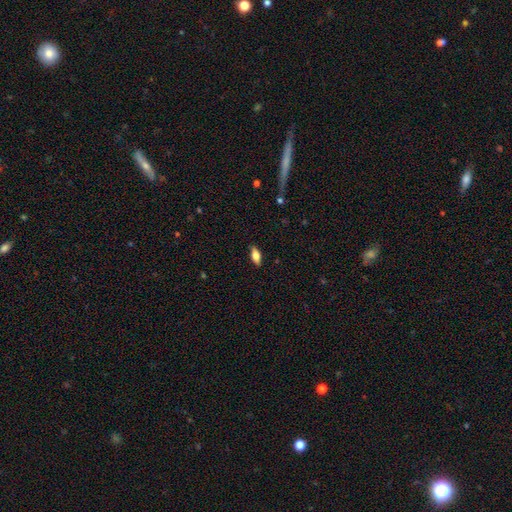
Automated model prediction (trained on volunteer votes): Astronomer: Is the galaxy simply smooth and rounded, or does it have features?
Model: smooth — 70%.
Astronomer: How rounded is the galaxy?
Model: in between — 80%.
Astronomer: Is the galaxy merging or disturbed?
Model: none — 87%.